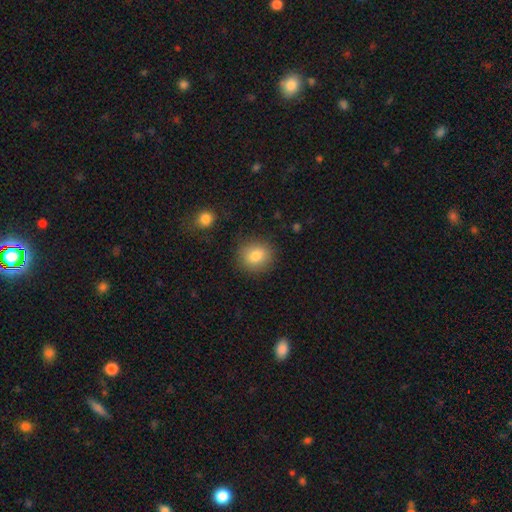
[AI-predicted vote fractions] smooth 81%, star or artifact 10%, featured or disk 9%. Down the decision tree: how rounded — round (80%); merging — none (87%).